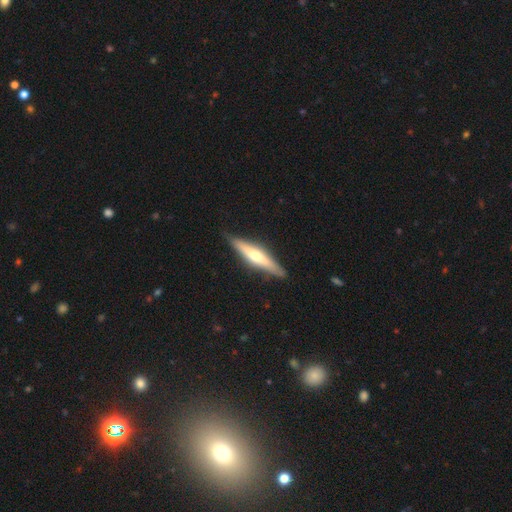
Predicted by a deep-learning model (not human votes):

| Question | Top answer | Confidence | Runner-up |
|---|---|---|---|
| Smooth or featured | featured or disk | 56% | smooth (39%) |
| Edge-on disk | yes | 94% | no (6%) |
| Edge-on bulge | rounded | 83% | none (9%) |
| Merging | none | 87% | minor disturbance (10%) |